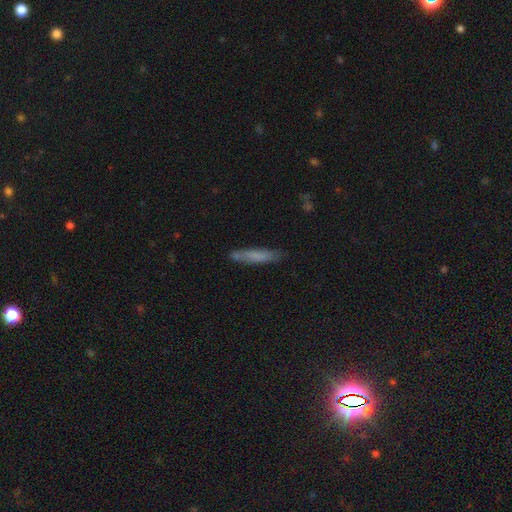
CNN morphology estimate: Smooth or featured?
  - smooth: 69% *
  - featured or disk: 23%
  - star or artifact: 8%
How rounded?
  - cigar-shaped: 89% *
  - in between: 9%
  - round: 1%
Merging?
  - none: 77% *
  - minor disturbance: 16%
  - merger: 4%
  - major disturbance: 4%